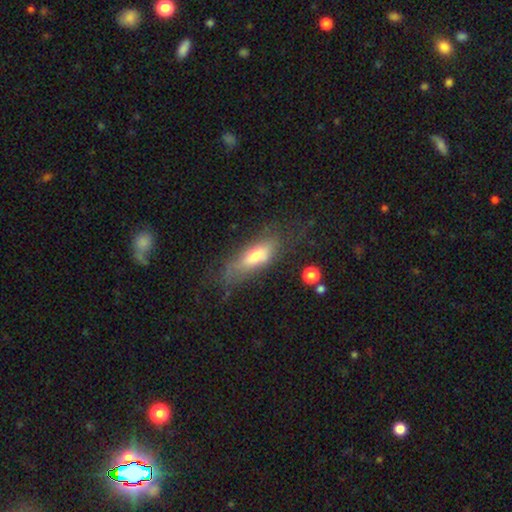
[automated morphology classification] Overall: smooth (63%; featured or disk 30%). How rounded: in between (63%; cigar-shaped 35%). Merging: none (60%; minor disturbance 24%).